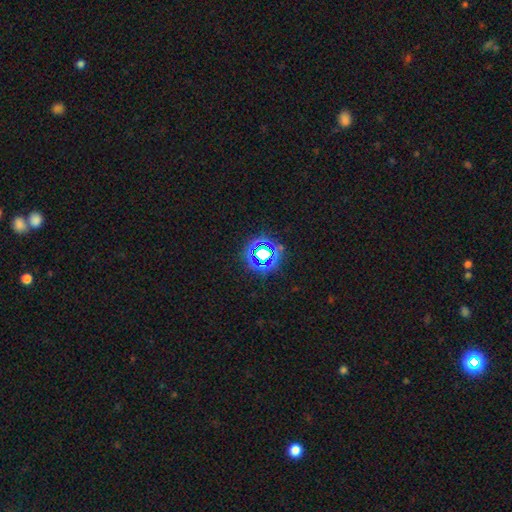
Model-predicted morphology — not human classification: star or artifact 65%, smooth 24%, featured or disk 11%.